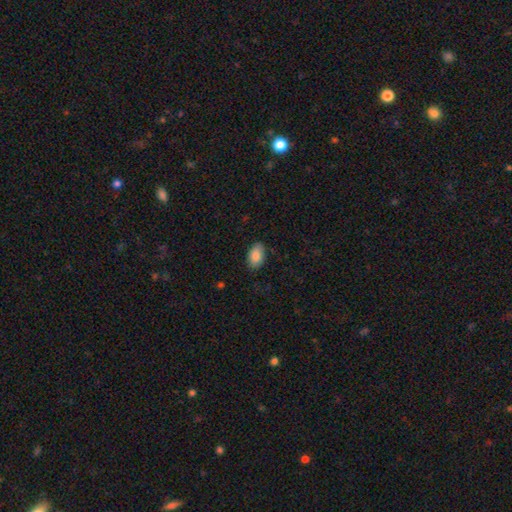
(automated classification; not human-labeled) The model was most divided on "merging": none: 83%, minor disturbance: 13%, major disturbance: 2%, merger: 1%. More confident: how rounded — in between (91%); smooth or featured — smooth (86%).